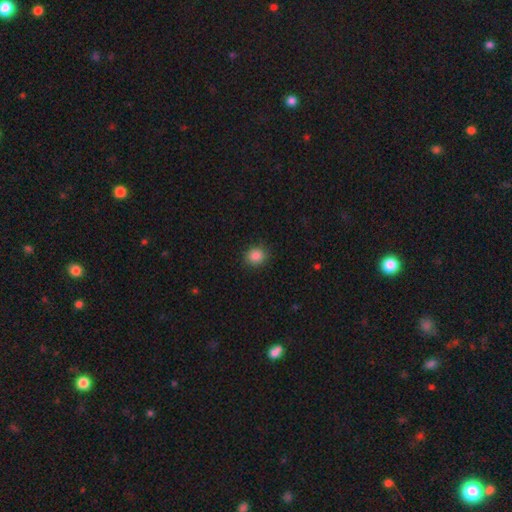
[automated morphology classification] Smooth or featured? Predicted: smooth (p=0.87). How rounded? Predicted: round (p=0.80). Merging? Predicted: none (p=0.88).